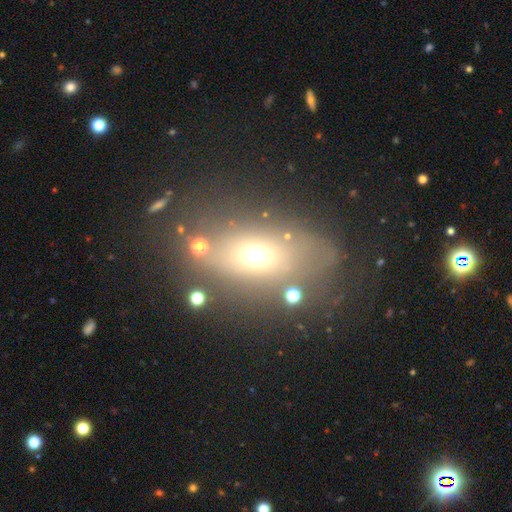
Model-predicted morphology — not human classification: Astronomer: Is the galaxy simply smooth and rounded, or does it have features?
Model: smooth — 56%.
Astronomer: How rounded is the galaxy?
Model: in between — 71%.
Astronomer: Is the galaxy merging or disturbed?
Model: none — 69%.